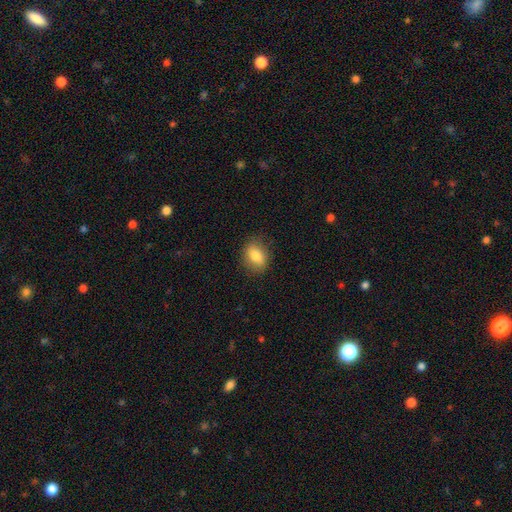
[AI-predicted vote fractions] A smooth galaxy with no disk features (82%) that is in between round and cigar-shaped (59%).

Vote fractions:
- Smooth or featured? smooth: 82% / featured or disk: 10% / star or artifact: 8%
- How rounded? in between: 59% / round: 39% / cigar-shaped: 1%
- Merging? none: 83% / minor disturbance: 13% / major disturbance: 3% / merger: 1%